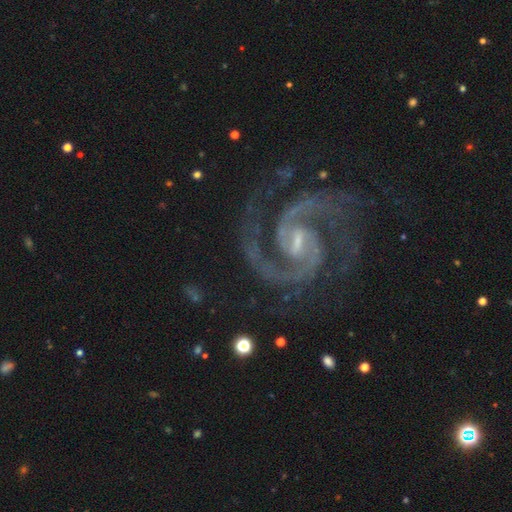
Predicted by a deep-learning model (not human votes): smooth-or-featured: featured or disk: 94% | star or artifact: 4% | smooth: 2%
  disk-edge-on: no: 98% | yes: 2%
    bar: weak: 50% | no: 25% | strong: 25%
    has-spiral-arms: yes: 99% | no: 1%
      spiral-winding: medium: 58% | tight: 36% | loose: 6%
      spiral-arm-count: 2: 94% | 3: 2% | can't tell: 1% | 1: 1% | 4: 1% | more than 4: 1%
    bulge-size: small: 63% | moderate: 20% | none: 14% | large: 2% | dominant: 1%
  merging: none: 78% | minor disturbance: 14% | major disturbance: 6% | merger: 2%